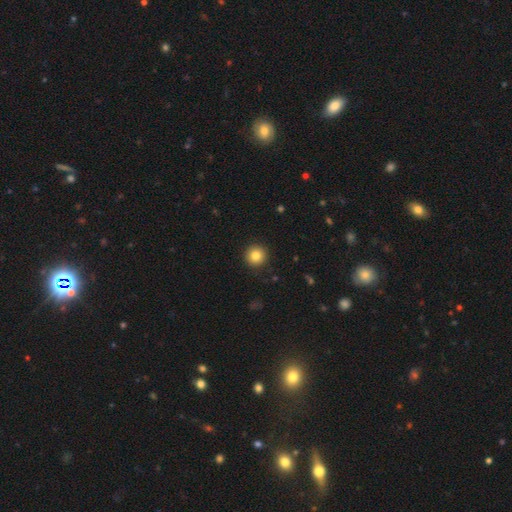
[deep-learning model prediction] smooth 83%, star or artifact 10%, featured or disk 7%. Down the decision tree: how rounded — round (96%); merging — none (92%).